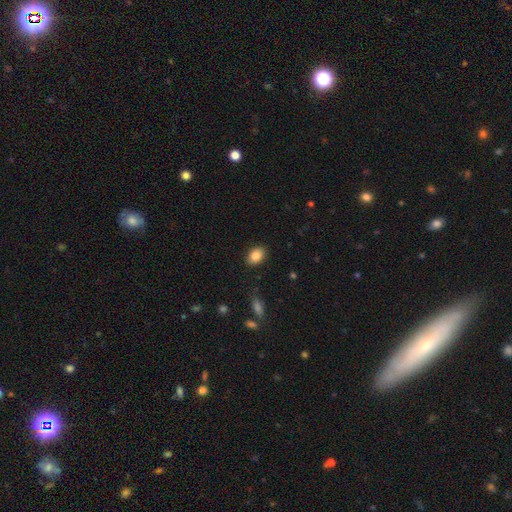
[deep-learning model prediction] A smooth galaxy with no disk features (86%) that is in between round and cigar-shaped (82%).

Vote fractions:
- Smooth or featured? smooth: 86% / star or artifact: 8% / featured or disk: 6%
- How rounded? in between: 82% / round: 16% / cigar-shaped: 1%
- Merging? none: 87% / minor disturbance: 9% / major disturbance: 2% / merger: 1%